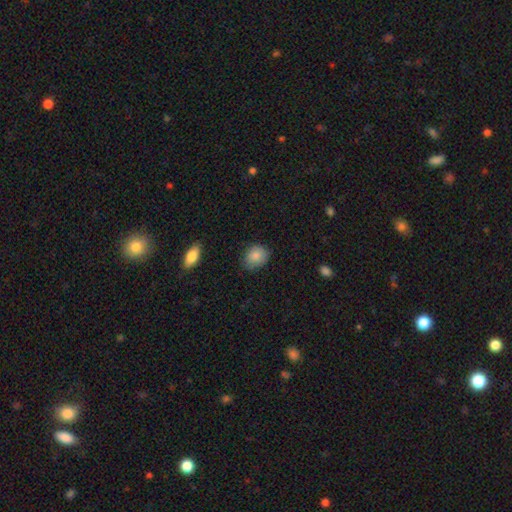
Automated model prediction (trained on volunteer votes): smooth-or-featured: smooth: 86% | star or artifact: 8% | featured or disk: 6%
  how-rounded: in between: 51% | round: 48% | cigar-shaped: 1%
  merging: none: 74% | minor disturbance: 21% | major disturbance: 4% | merger: 1%